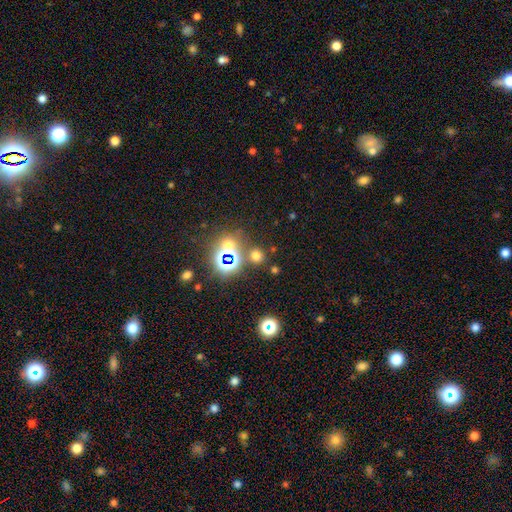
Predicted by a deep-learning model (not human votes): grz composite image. It shows a smooth galaxy with no disk features (59%) that is round (86%). Merging: none (80%).